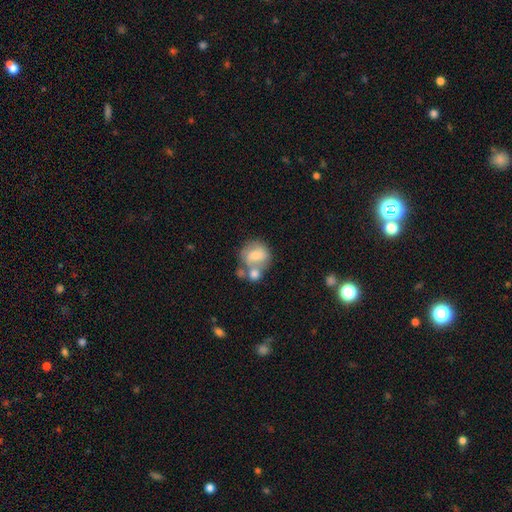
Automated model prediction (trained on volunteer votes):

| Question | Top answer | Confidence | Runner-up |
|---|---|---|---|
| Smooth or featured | smooth | 59% | featured or disk (33%) |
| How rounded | round | 64% | in between (35%) |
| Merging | merger | 48% | none (27%) |